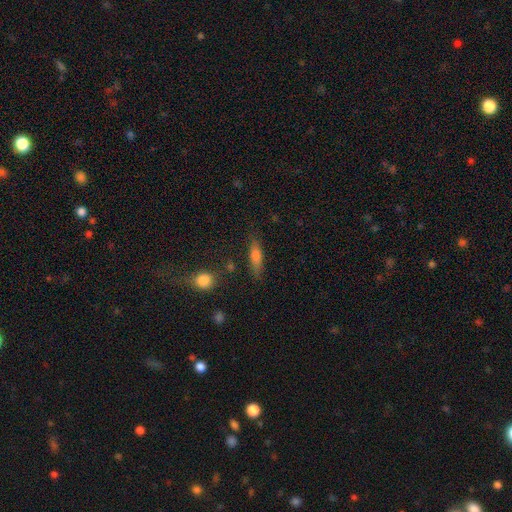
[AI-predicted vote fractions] This appears to be a smooth galaxy with no disk features (68%) that is cigar-shaped (57%). Merging: none (76%).